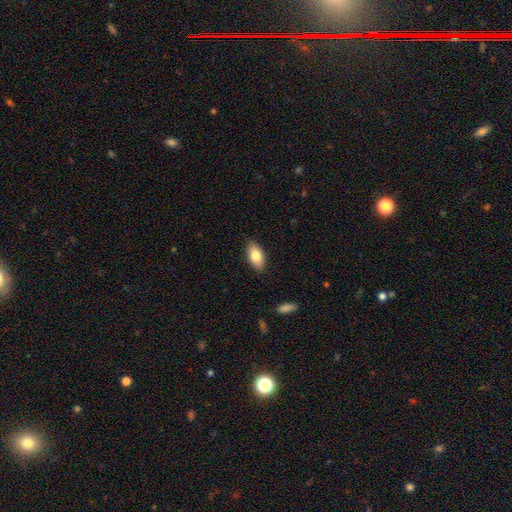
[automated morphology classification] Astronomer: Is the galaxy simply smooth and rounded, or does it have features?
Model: smooth — 81%.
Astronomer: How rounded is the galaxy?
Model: in between — 92%.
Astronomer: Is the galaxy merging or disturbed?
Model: none — 88%.